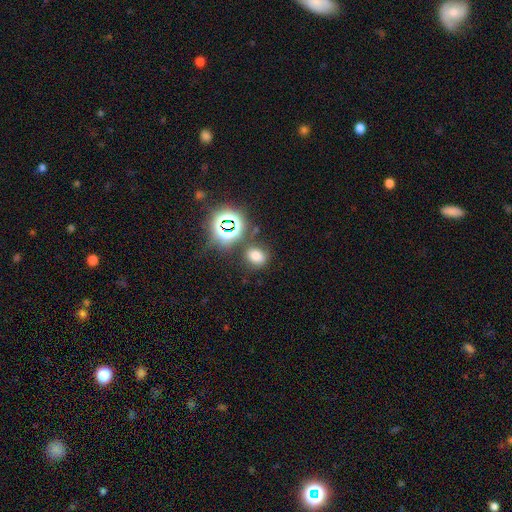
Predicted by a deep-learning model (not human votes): Smooth or featured?
  - smooth: 65% *
  - star or artifact: 27%
  - featured or disk: 8%
How rounded?
  - round: 52% *
  - in between: 46%
  - cigar-shaped: 1%
Merging?
  - none: 76% *
  - minor disturbance: 12%
  - merger: 8%
  - major disturbance: 5%